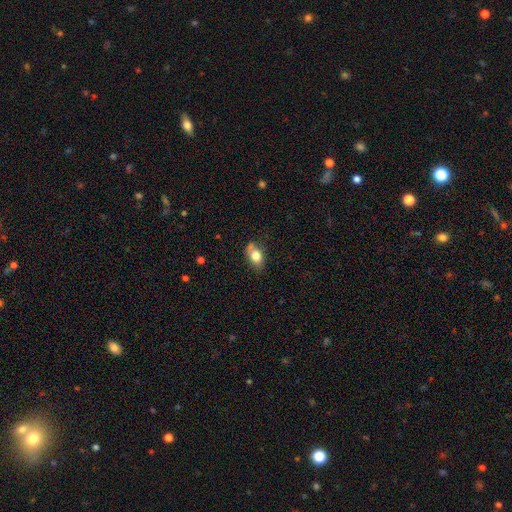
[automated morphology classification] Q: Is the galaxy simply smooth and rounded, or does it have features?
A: smooth — 77%.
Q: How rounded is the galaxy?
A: in between — 81%.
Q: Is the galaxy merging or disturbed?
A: none — 58%.